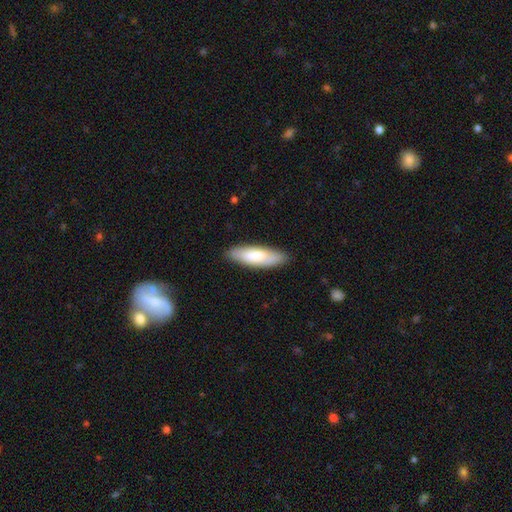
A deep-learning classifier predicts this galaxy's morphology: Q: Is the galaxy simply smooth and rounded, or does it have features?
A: smooth — 75%.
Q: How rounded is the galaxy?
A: cigar-shaped — 50%.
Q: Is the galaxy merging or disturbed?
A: none — 86%.